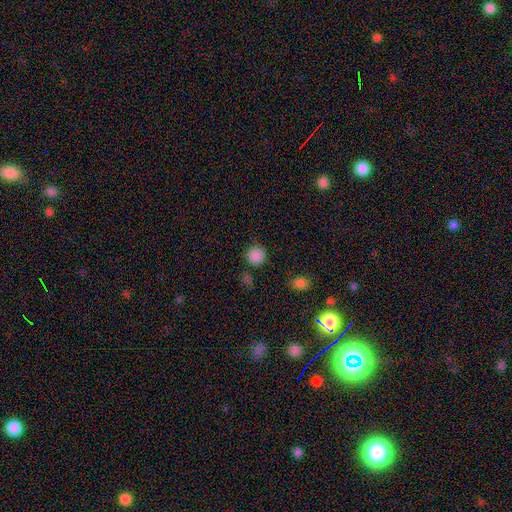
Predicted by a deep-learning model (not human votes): A smooth galaxy with no disk features (84%) that is round (93%).

Vote fractions:
- Smooth or featured? smooth: 84% / star or artifact: 13% / featured or disk: 3%
- How rounded? round: 93% / in between: 6% / cigar-shaped: 1%
- Merging? none: 84% / minor disturbance: 9% / merger: 4% / major disturbance: 3%